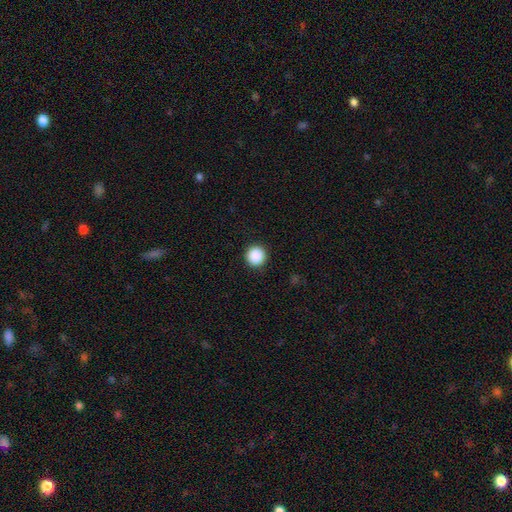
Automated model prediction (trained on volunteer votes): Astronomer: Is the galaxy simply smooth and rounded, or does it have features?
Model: smooth — 89%.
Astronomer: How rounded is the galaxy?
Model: round — 95%.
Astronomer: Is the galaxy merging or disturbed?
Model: none — 92%.